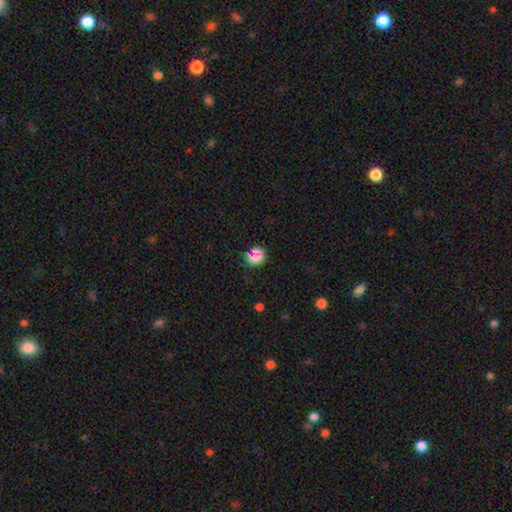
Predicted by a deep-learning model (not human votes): A smooth galaxy with no disk features (77%) that is round (79%). Merging: none (77%).